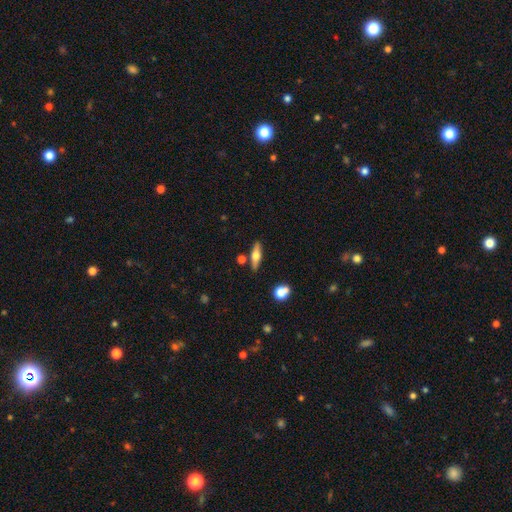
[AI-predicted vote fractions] Smooth or featured: featured or disk — 48% (smooth — 45%)
Merging: none — 82% (minor disturbance — 10%)